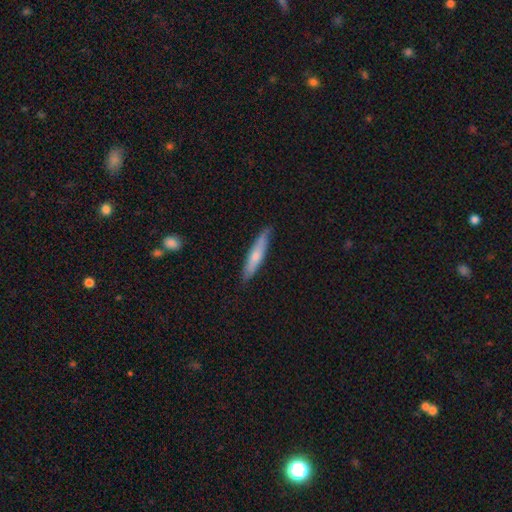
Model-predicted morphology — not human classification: Smooth or featured: smooth — 63% (featured or disk — 32%)
How rounded: cigar-shaped — 90% (in between — 9%)
Merging: none — 83% (minor disturbance — 13%)